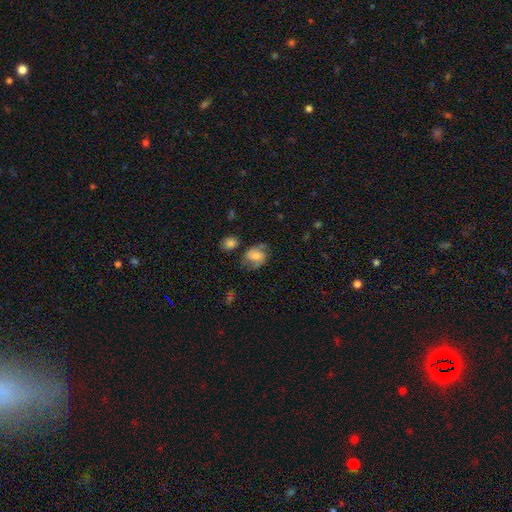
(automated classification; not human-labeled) The model was most divided on "how rounded": in between: 53%, round: 46%, cigar-shaped: 1%. More confident: merging — none (55%); smooth or featured — smooth (53%).